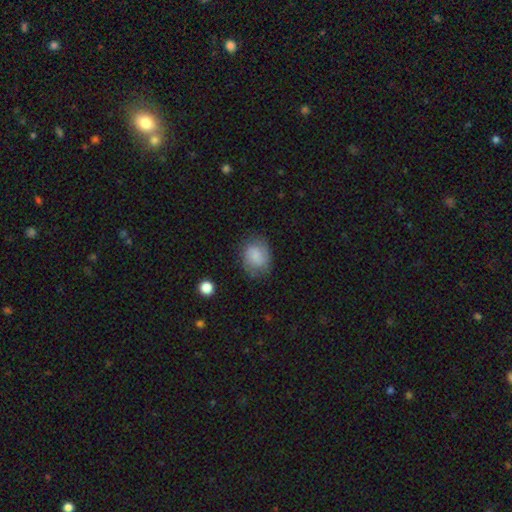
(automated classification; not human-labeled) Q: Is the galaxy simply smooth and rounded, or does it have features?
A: smooth — 72%.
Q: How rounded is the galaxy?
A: in between — 51%.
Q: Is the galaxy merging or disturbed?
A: none — 72%.